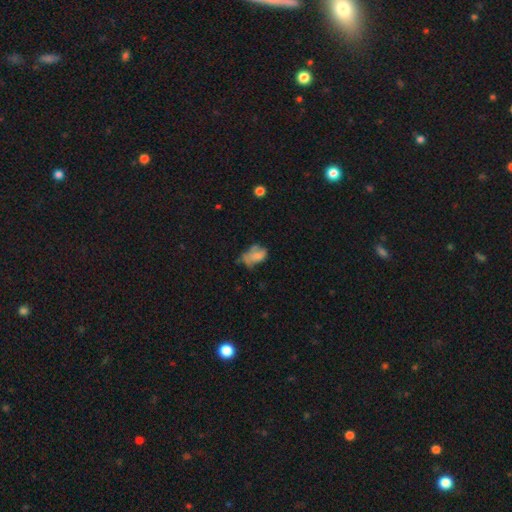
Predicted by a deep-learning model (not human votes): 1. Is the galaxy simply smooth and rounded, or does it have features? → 63% smooth, 25% featured or disk, 12% star or artifact.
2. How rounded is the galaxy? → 85% in between, 13% round, 2% cigar-shaped.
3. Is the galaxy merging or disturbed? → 32% minor disturbance, 31% none, 29% major disturbance, 8% merger.